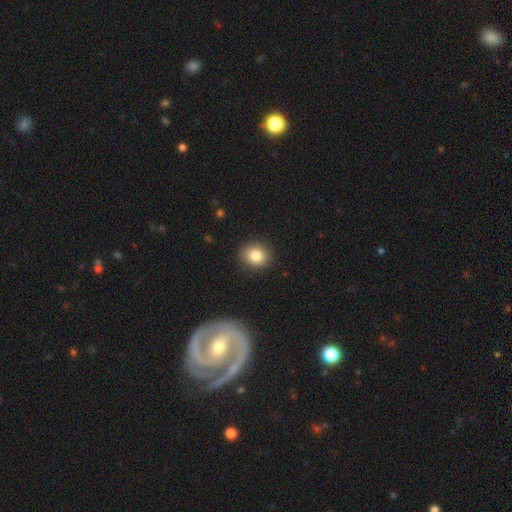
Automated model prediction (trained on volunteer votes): smooth-or-featured: smooth: 82% | star or artifact: 10% | featured or disk: 8%
  how-rounded: round: 74% | in between: 25% | cigar-shaped: 1%
  merging: none: 89% | minor disturbance: 7% | major disturbance: 2% | merger: 1%